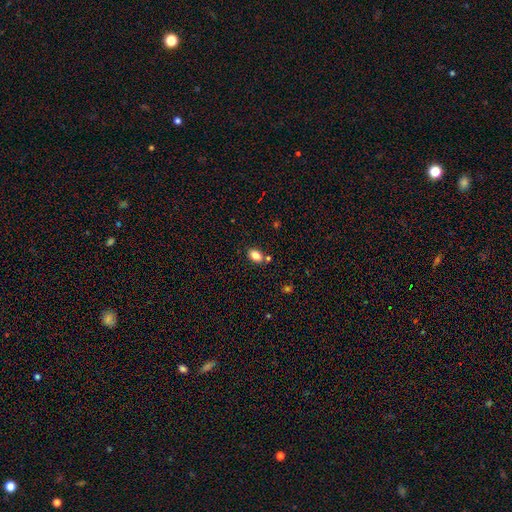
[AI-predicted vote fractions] Morphology: type=smooth (83%); roundness=in between (85%); merging=none (75%).